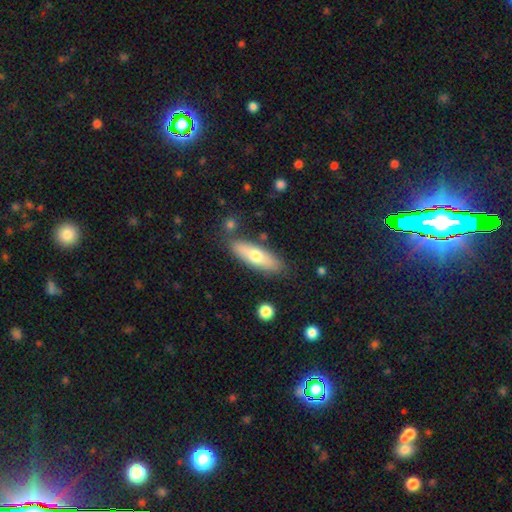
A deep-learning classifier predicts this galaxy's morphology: smooth_or_featured: smooth (p=0.62) [alt: featured or disk p=0.32]
how_rounded: in between (p=0.52) [alt: cigar-shaped p=0.46]
merging: none (p=0.80) [alt: minor disturbance p=0.13]